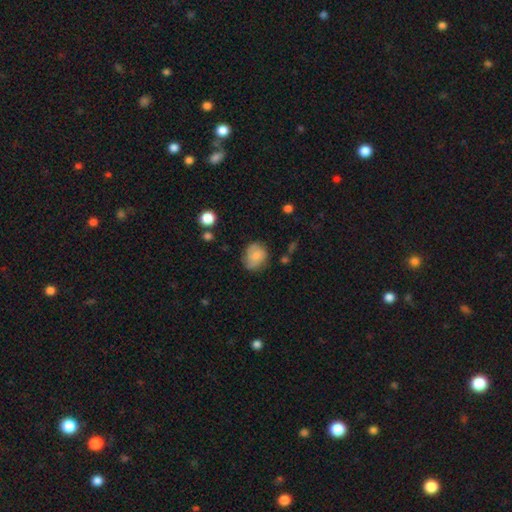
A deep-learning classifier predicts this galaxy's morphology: Q: Smooth or featured?
A: smooth (65%); runner-up: featured or disk (27%)
Q: How rounded?
A: round (67%); runner-up: in between (32%)
Q: Merging?
A: none (65%); runner-up: minor disturbance (25%)